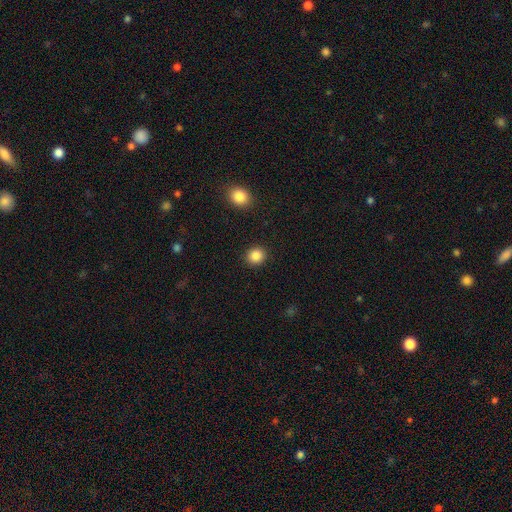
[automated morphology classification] A smooth galaxy with no disk features (87%) that is round (83%).

Vote fractions:
- Smooth or featured? smooth: 87% / star or artifact: 10% / featured or disk: 4%
- How rounded? round: 83% / in between: 17% / cigar-shaped: 1%
- Merging? none: 91% / minor disturbance: 5% / major disturbance: 2% / merger: 1%